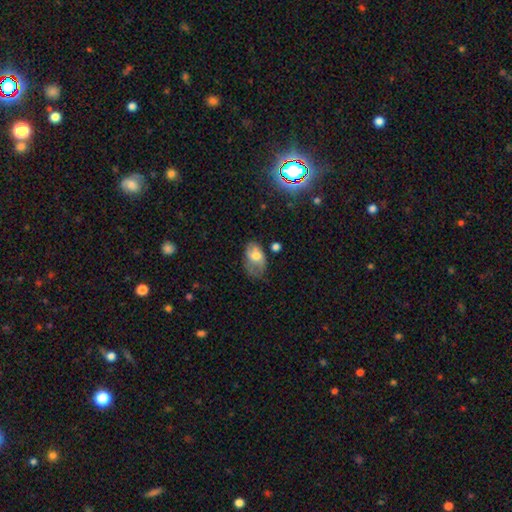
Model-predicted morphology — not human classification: A smooth galaxy with no disk features (58%) that is in between round and cigar-shaped (88%). Merging: none (41%).